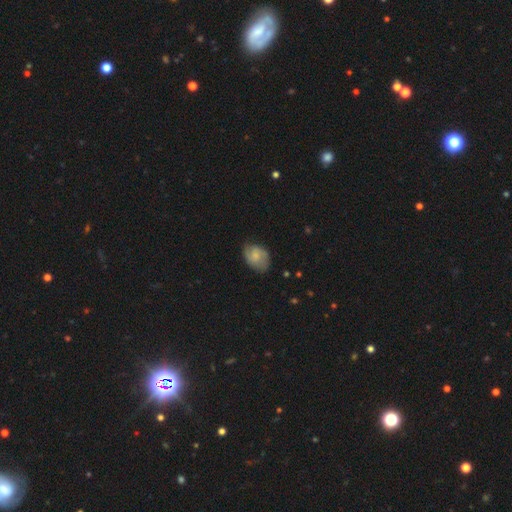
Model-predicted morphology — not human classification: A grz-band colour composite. It shows a smooth galaxy with no disk features (49%). Merging: none (67%).